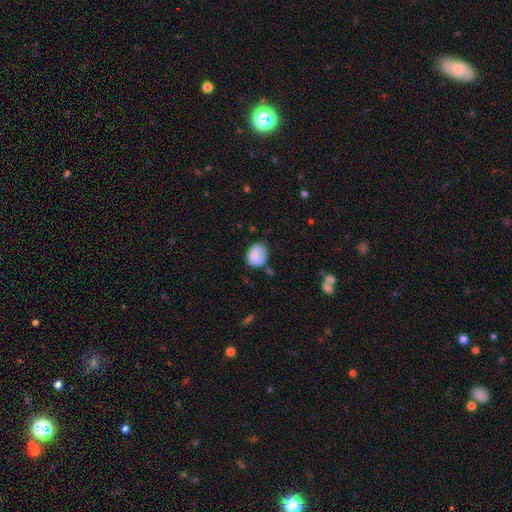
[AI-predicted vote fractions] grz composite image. It shows a smooth galaxy with no disk features (78%) that is round (52%). Merging: none (57%).